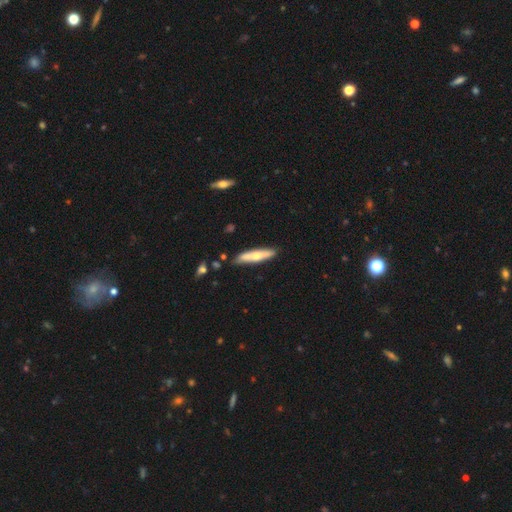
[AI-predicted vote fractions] smooth-or-featured: smooth: 59% | featured or disk: 36% | star or artifact: 5%
  how-rounded: cigar-shaped: 84% | in between: 14% | round: 1%
  merging: none: 84% | minor disturbance: 12% | merger: 2% | major disturbance: 2%